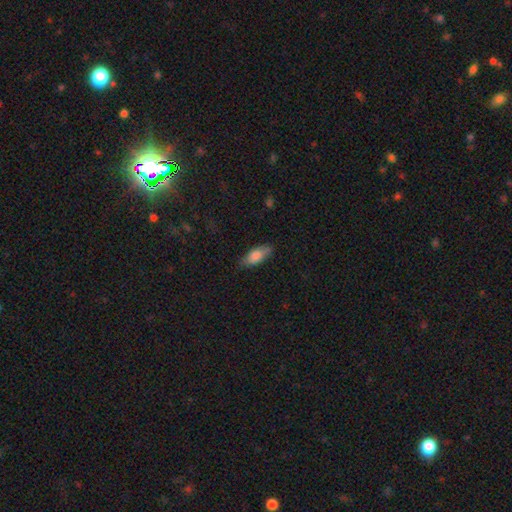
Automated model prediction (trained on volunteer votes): This appears to be a smooth galaxy with no disk features (80%) that is in between round and cigar-shaped (76%). Merging: none (80%).